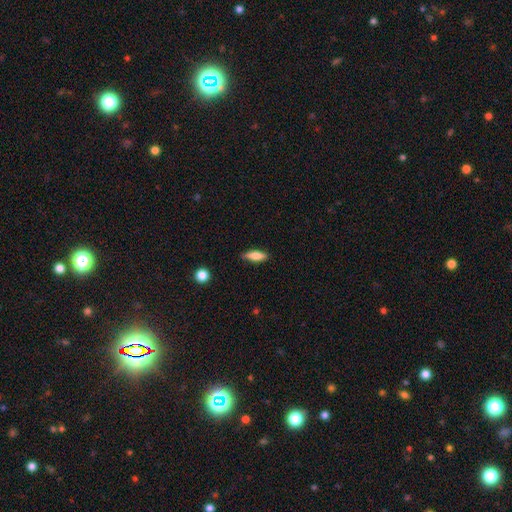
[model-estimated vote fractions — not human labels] Morphology: type=smooth (77%); roundness=in between (53%); merging=none (82%).